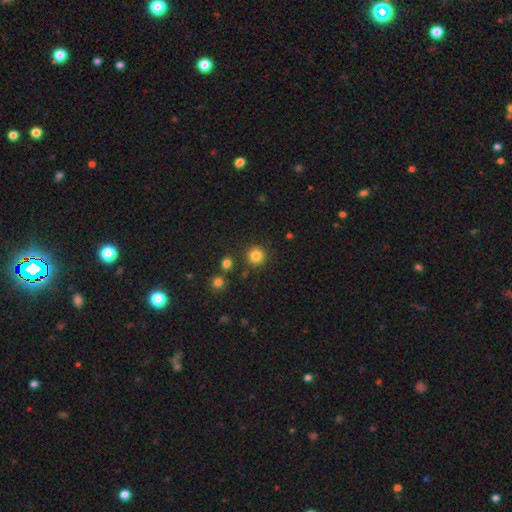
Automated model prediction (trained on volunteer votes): Smooth or featured: smooth — 83% (star or artifact — 12%)
How rounded: round — 94% (in between — 5%)
Merging: none — 88% (minor disturbance — 6%)